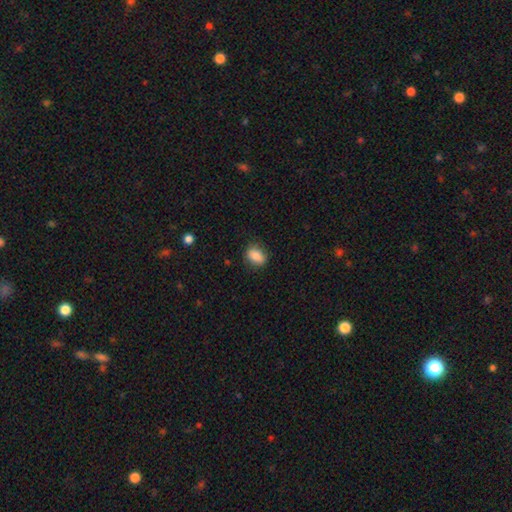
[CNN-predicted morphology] The model was most divided on "how rounded": in between: 75%, round: 23%, cigar-shaped: 2%. More confident: smooth or featured — smooth (84%); merging — none (80%).